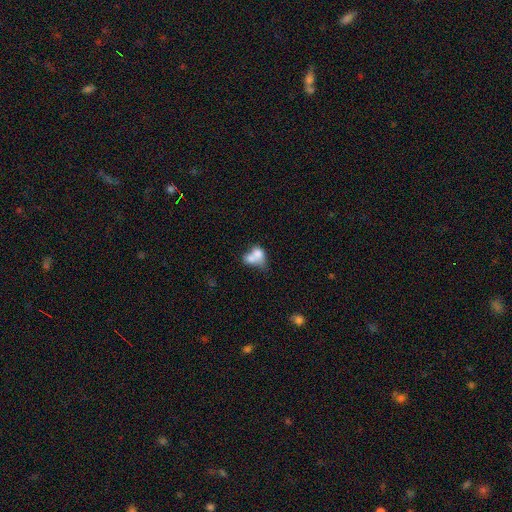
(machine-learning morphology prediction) The model was most divided on "how rounded": in between: 62%, round: 37%, cigar-shaped: 2%. More confident: merging — merger (71%); smooth or featured — smooth (69%).